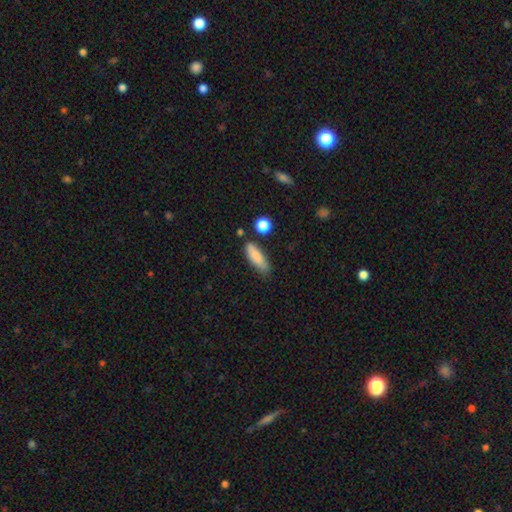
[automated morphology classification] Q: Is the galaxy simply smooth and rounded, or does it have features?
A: smooth — 83%.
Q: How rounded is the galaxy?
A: in between — 56%.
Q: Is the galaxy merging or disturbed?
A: none — 66%.